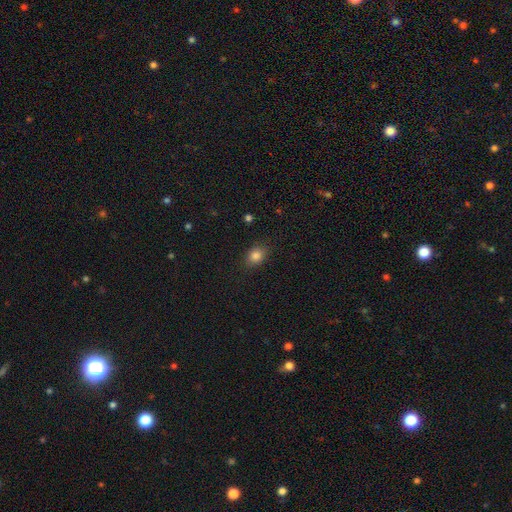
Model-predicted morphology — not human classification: The model was most divided on "how rounded": in between: 58%, round: 41%, cigar-shaped: 1%. More confident: merging — none (85%); smooth or featured — smooth (83%).